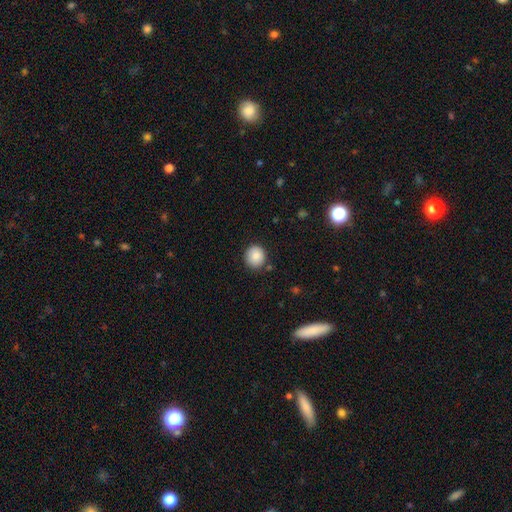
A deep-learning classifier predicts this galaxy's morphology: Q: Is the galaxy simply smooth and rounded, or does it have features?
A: smooth — 87%.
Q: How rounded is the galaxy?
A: round — 88%.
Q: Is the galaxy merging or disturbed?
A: none — 86%.